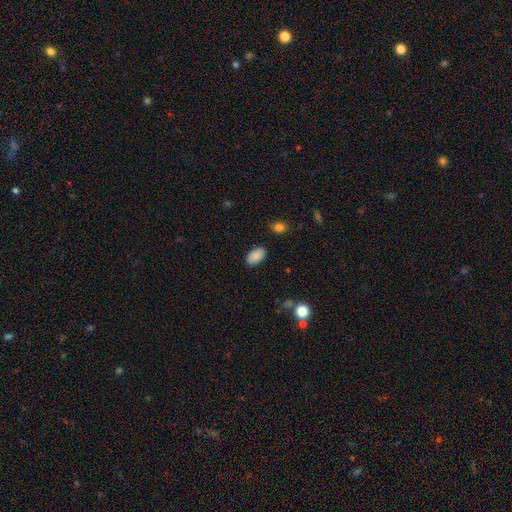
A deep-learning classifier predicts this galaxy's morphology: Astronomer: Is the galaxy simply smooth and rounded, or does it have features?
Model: smooth — 89%.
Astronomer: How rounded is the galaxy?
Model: in between — 94%.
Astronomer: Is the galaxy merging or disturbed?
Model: none — 87%.